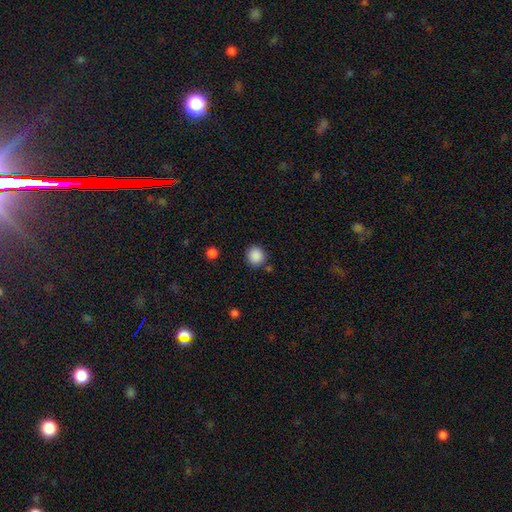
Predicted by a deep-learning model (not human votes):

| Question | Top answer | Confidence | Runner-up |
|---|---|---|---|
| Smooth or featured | smooth | 88% | star or artifact (9%) |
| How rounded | round | 87% | in between (12%) |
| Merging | none | 84% | minor disturbance (9%) |